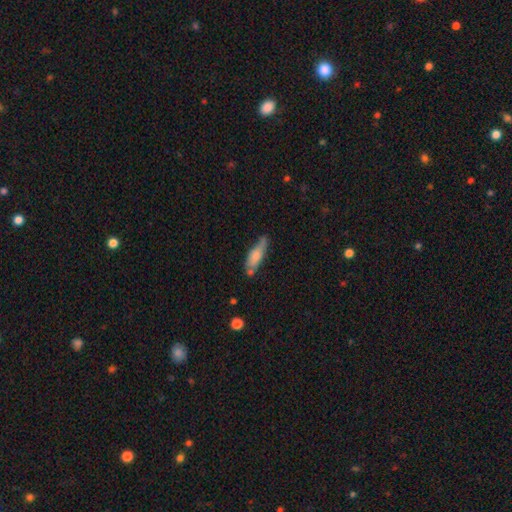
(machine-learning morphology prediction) type=smooth (70%); roundness=cigar-shaped (51%); merging=none (52%).